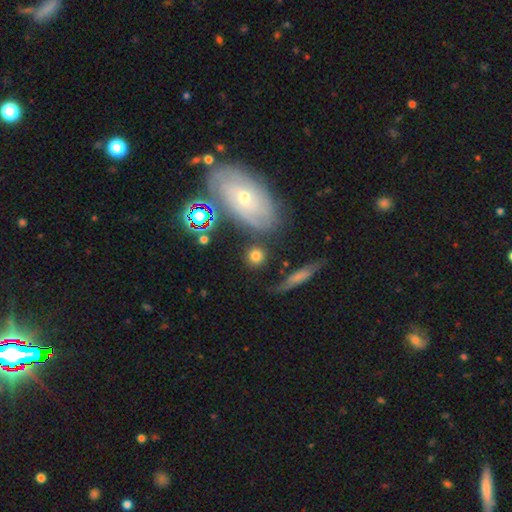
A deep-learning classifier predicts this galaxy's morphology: The model was most divided on "smooth or featured": smooth: 76%, featured or disk: 13%, star or artifact: 11%. More confident: how rounded — round (85%); merging — none (77%).